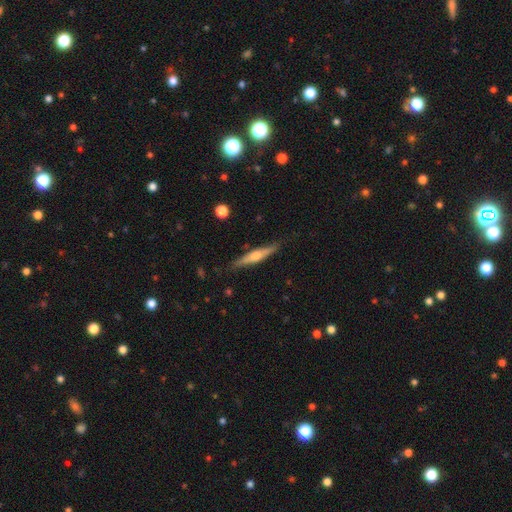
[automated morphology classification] Smooth or featured: featured or disk — 62% (smooth — 32%)
Edge-on disk: yes — 96% (no — 4%)
Edge-on bulge: rounded — 86% (none — 7%)
Merging: none — 85% (minor disturbance — 12%)